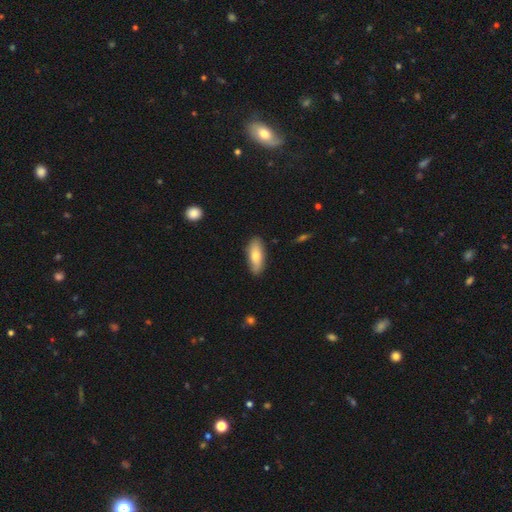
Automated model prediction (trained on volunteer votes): smooth 72%, featured or disk 22%, star or artifact 6%. Down the decision tree: how rounded — in between (77%); merging — none (84%).